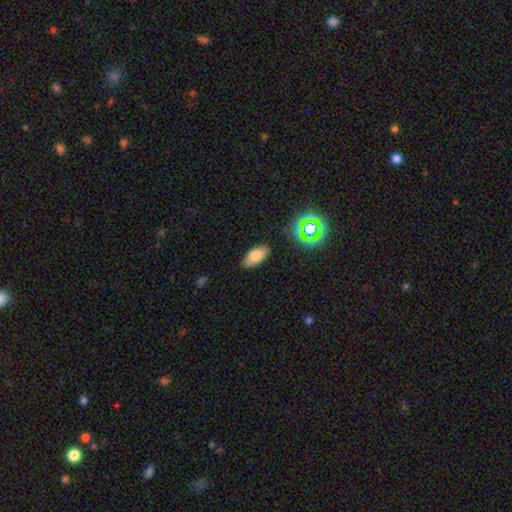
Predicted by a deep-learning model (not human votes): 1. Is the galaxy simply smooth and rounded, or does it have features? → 77% smooth, 12% star or artifact, 11% featured or disk.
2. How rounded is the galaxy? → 91% in between, 5% cigar-shaped, 4% round.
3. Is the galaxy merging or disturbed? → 83% none, 12% minor disturbance, 3% major disturbance, 2% merger.